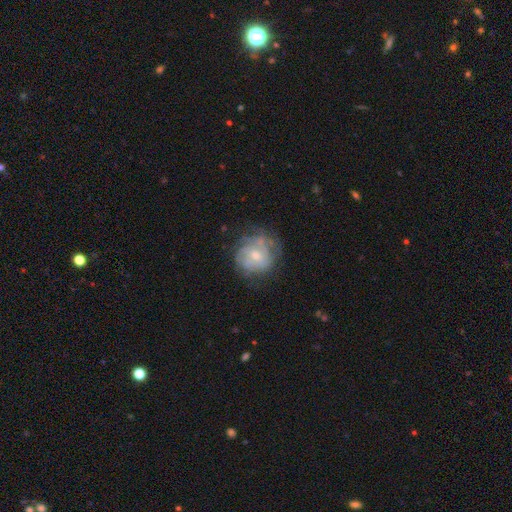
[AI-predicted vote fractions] Morphology: type=featured or disk (62%); edge-on=no (98%); bar=no (67%); spiral arms=yes (75%); bulge=small (49%); merging=none (62%).